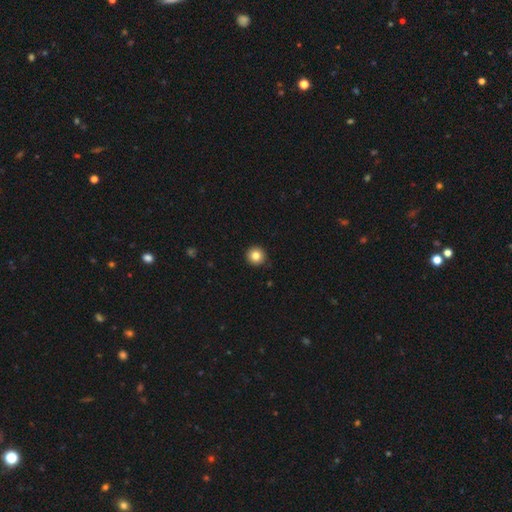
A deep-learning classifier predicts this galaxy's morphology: Overall: smooth (83%). How rounded: round (95%). Merging: none (92%).